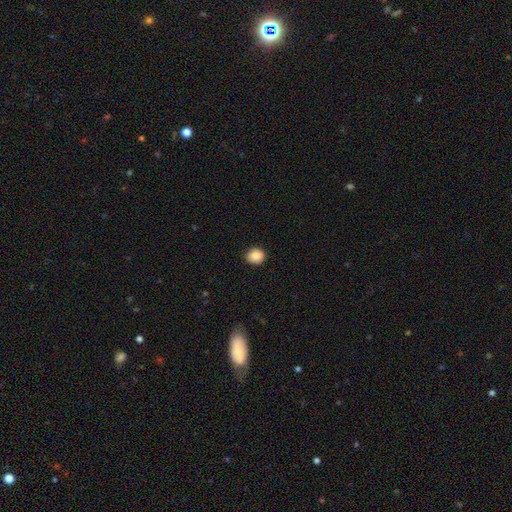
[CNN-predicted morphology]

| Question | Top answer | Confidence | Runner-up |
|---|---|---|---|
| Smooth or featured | smooth | 88% | star or artifact (9%) |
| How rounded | round | 72% | in between (27%) |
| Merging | none | 88% | minor disturbance (9%) |